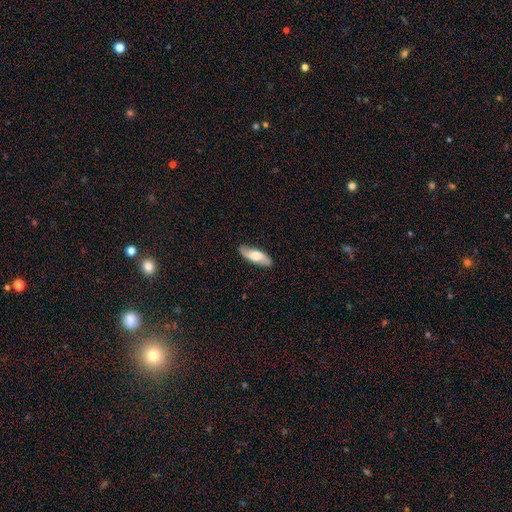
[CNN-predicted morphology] Smooth or featured?
  - smooth: 52% *
  - featured or disk: 42%
  - star or artifact: 6%
How rounded?
  - in between: 59% *
  - cigar-shaped: 39%
  - round: 2%
Merging?
  - none: 86% *
  - minor disturbance: 11%
  - major disturbance: 2%
  - merger: 1%